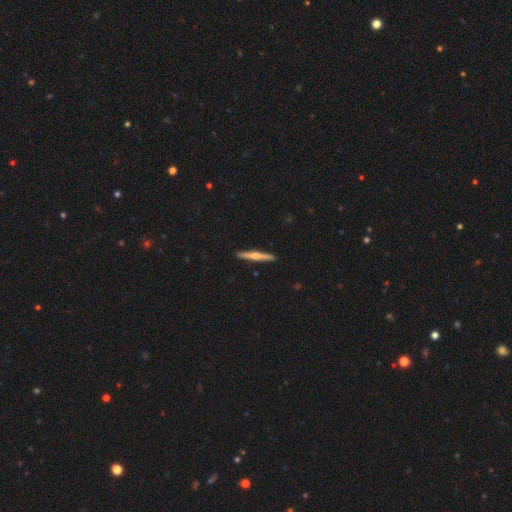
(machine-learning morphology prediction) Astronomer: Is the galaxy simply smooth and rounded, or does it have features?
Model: featured or disk — 52% (runner-up: smooth, 43%).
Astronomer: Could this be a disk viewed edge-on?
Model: yes — 97%.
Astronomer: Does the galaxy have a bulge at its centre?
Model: rounded — 72%.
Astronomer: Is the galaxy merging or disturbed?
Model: none — 92%.